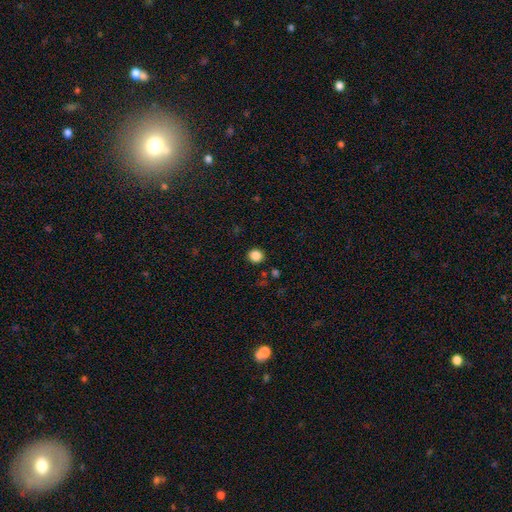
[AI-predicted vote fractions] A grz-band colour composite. It shows a smooth galaxy with no disk features (86%) that is round (86%). Merging: none (90%).